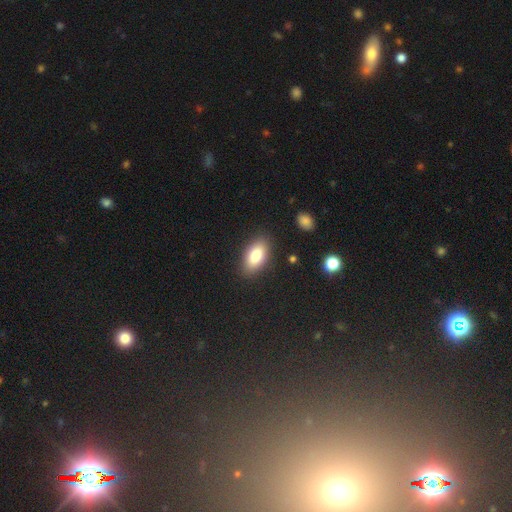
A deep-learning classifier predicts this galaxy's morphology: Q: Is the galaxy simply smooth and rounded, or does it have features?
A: smooth — 84%.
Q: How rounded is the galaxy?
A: in between — 91%.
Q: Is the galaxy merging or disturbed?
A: none — 86%.